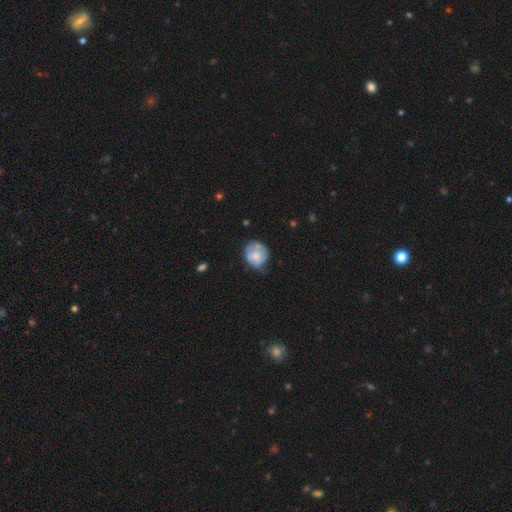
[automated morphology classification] Smooth or featured? smooth (59%)
How rounded? round (73%)
Merging? none (51%)